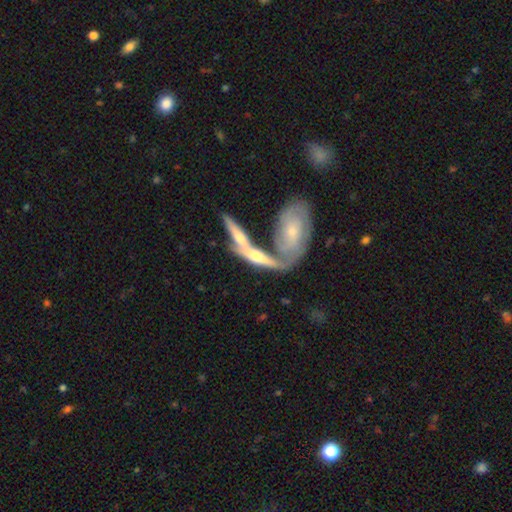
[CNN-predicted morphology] The model was most divided on "edge-on disk": yes: 55%, no: 45%. More confident: smooth or featured — featured or disk (60%); merging — merger (55%).